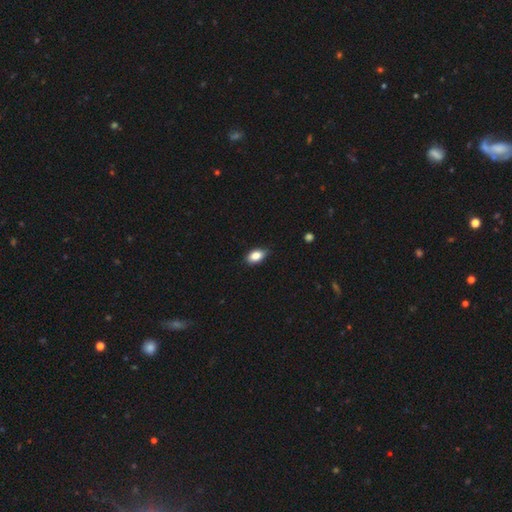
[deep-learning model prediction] This appears to be a smooth galaxy with no disk features (84%) that is in between round and cigar-shaped (88%). Merging: none (80%).